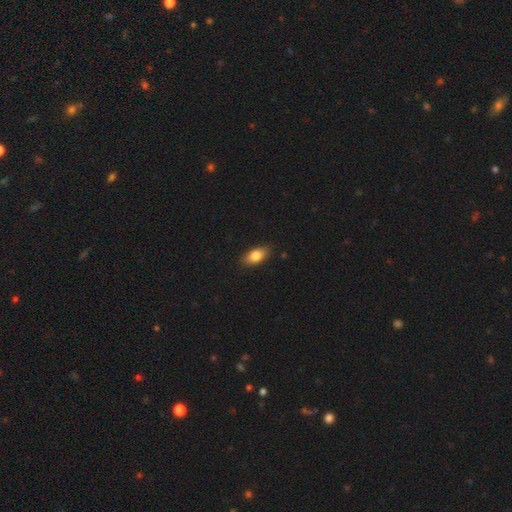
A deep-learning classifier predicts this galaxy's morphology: This appears to be a smooth galaxy with no disk features (81%) that is in between round and cigar-shaped (87%). Merging: none (86%).